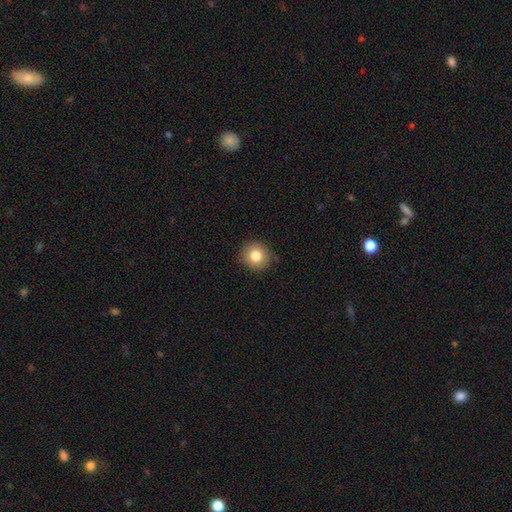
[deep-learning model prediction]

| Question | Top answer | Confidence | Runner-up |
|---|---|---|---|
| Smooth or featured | smooth | 81% | star or artifact (10%) |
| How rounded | round | 90% | in between (9%) |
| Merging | none | 89% | minor disturbance (8%) |